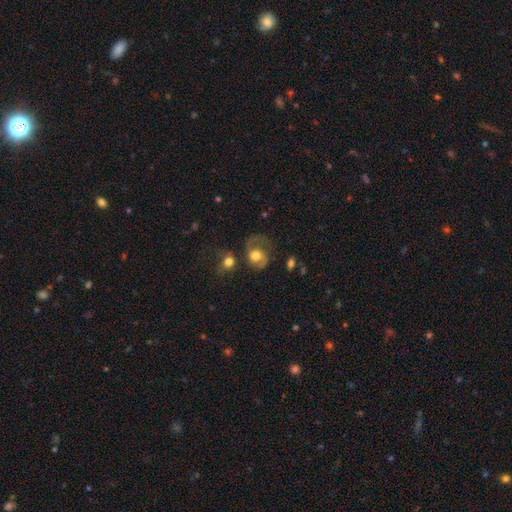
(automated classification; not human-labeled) Morphology: type=featured or disk (48%); merging=none (36%).